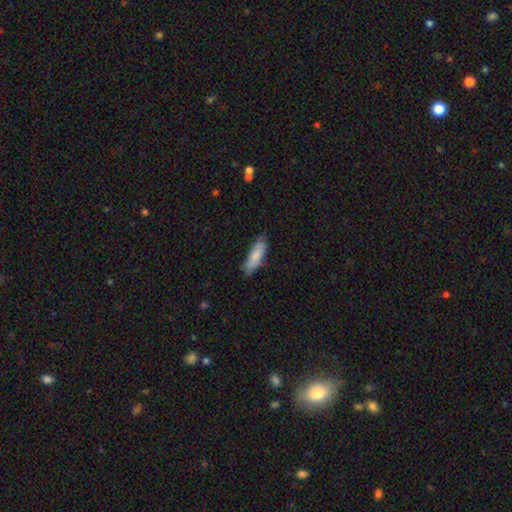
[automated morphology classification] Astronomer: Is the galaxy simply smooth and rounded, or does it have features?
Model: smooth — 82%.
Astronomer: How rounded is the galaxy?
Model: cigar-shaped — 53% (runner-up: in between, 45%).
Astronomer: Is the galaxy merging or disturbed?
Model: none — 72%.